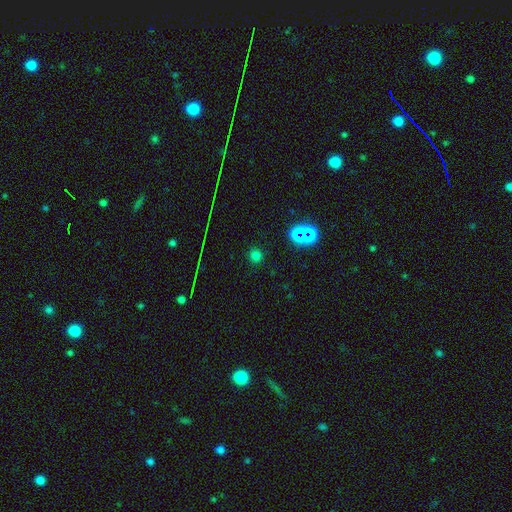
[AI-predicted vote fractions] smooth-or-featured: smooth: 66% | star or artifact: 28% | featured or disk: 6%
  how-rounded: round: 89% | in between: 9% | cigar-shaped: 1%
  merging: none: 89% | minor disturbance: 7% | major disturbance: 2% | merger: 2%